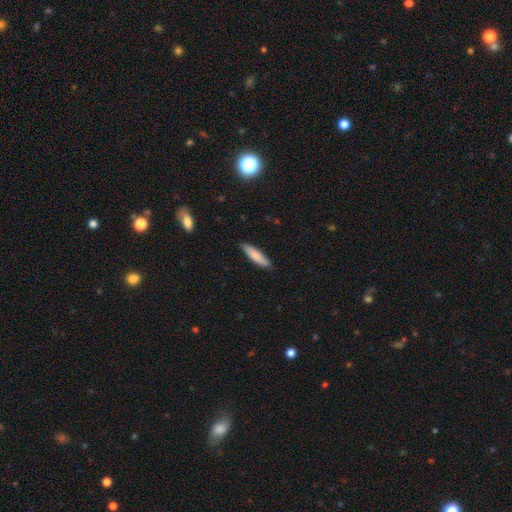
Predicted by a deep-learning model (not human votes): smooth 83%, featured or disk 11%, star or artifact 6%. Down the decision tree: how rounded — cigar-shaped (73%); merging — none (86%).